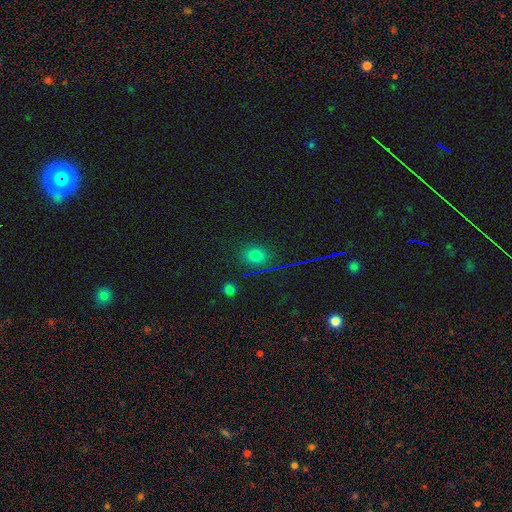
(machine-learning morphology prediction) Smooth or featured: smooth — 70% (star or artifact — 23%)
How rounded: round — 58% (in between — 41%)
Merging: none — 85% (minor disturbance — 10%)